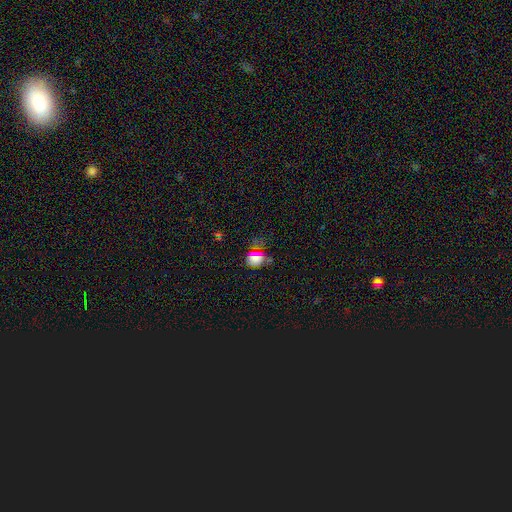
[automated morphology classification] This is possibly a smooth galaxy (53%). How rounded: possibly in between (57%). Merging: possibly none (57%).